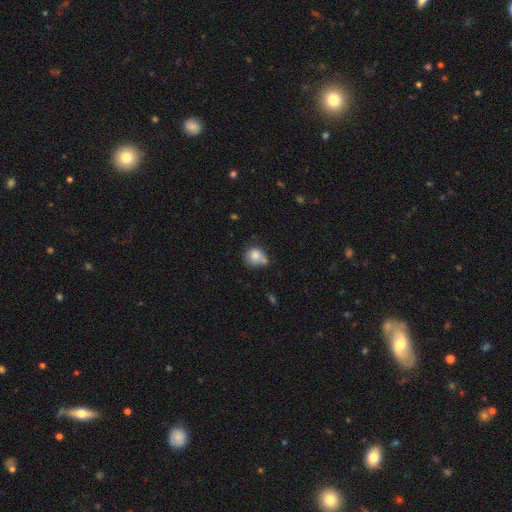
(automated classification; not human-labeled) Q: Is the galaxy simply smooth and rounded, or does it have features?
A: smooth — 80%.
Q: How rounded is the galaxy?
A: round — 72%.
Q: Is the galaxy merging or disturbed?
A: none — 43%.